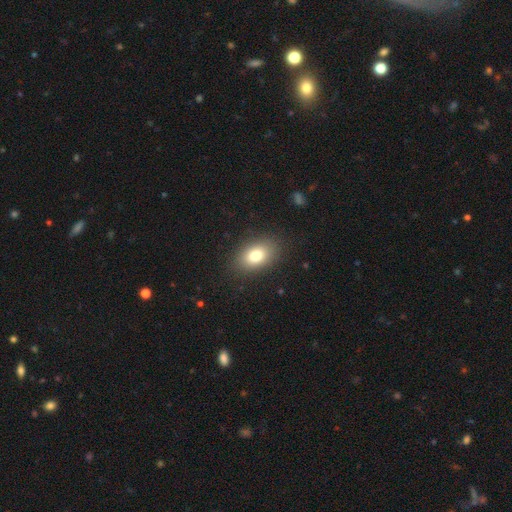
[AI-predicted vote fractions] smooth_or_featured: smooth (p=0.79) [alt: featured or disk p=0.11]
how_rounded: in between (p=0.85) [alt: round p=0.14]
merging: none (p=0.86) [alt: minor disturbance p=0.10]